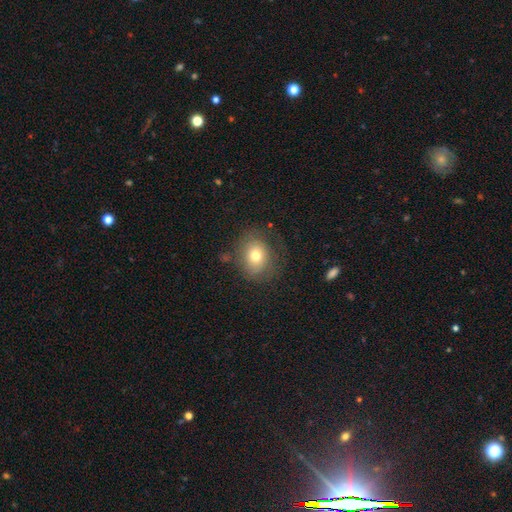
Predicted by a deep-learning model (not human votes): A smooth galaxy with no disk features (71%) that is round (60%). Merging: none (70%).